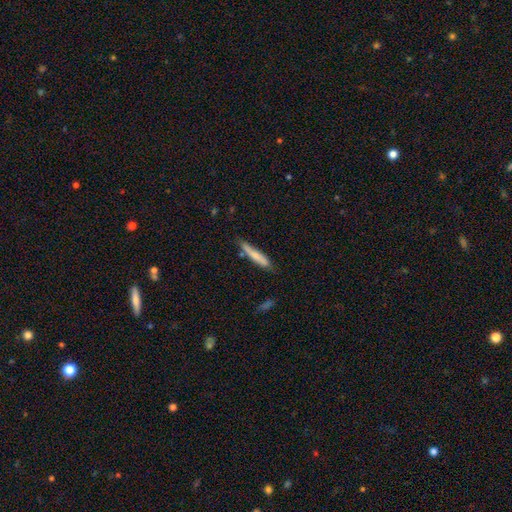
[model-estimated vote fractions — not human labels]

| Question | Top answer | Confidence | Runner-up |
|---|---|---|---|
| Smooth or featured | smooth | 71% | featured or disk (23%) |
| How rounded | cigar-shaped | 92% | in between (7%) |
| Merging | none | 71% | minor disturbance (21%) |